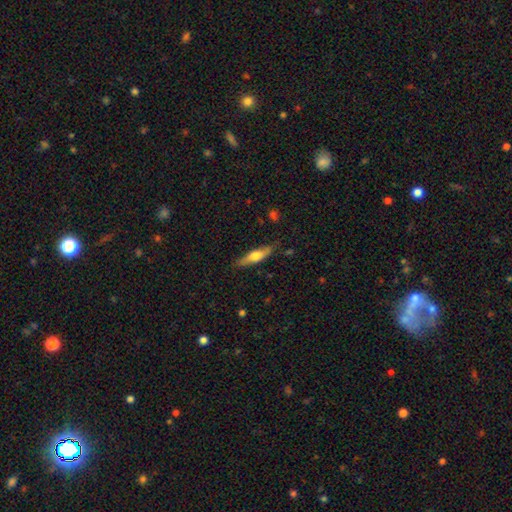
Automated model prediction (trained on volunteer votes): smooth 54%, featured or disk 40%, star or artifact 6%. Down the decision tree: how rounded — cigar-shaped (68%); merging — none (79%).